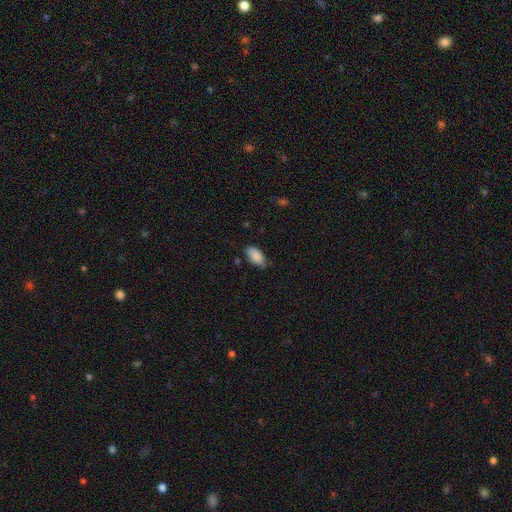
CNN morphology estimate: Smooth or featured?
  - smooth: 88% *
  - star or artifact: 7%
  - featured or disk: 5%
How rounded?
  - in between: 94% *
  - cigar-shaped: 3%
  - round: 3%
Merging?
  - none: 72% *
  - minor disturbance: 23%
  - major disturbance: 4%
  - merger: 2%